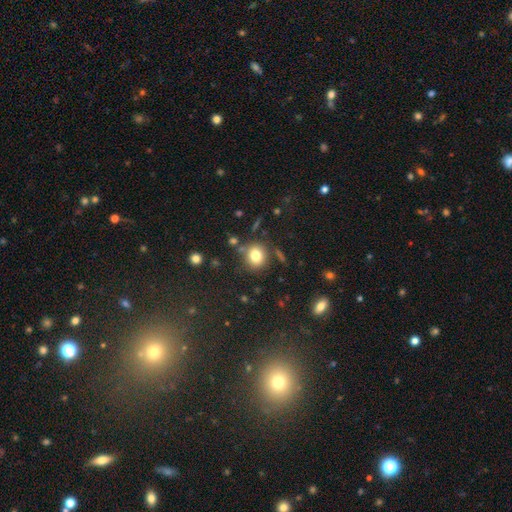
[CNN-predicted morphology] Overall: smooth (79%). How rounded: round (80%). Merging: none (79%).